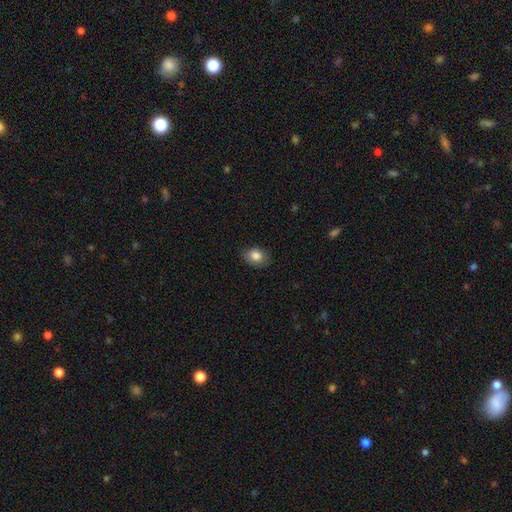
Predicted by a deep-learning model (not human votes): Smooth or featured? Predicted: smooth (p=0.84). How rounded? Predicted: in between (p=0.71). Merging? Predicted: none (p=0.82).